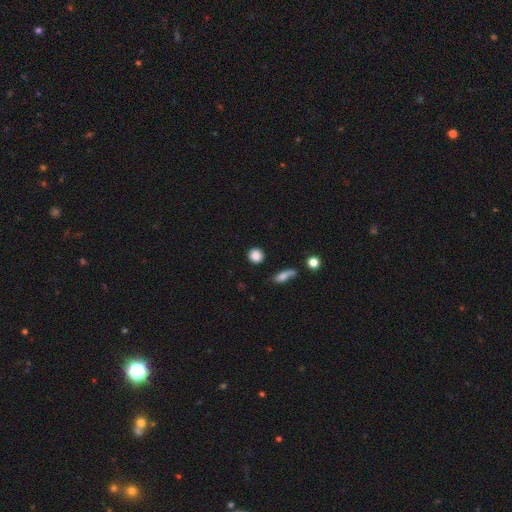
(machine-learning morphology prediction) smooth 86%, star or artifact 9%, featured or disk 5%. Down the decision tree: how rounded — round (91%); merging — none (88%).